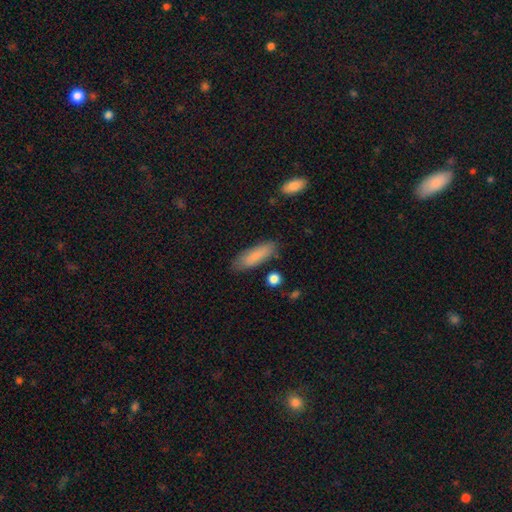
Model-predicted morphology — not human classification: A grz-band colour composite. It shows a smooth galaxy with no disk features (83%) that is in between round and cigar-shaped (50%). Merging: none (82%).